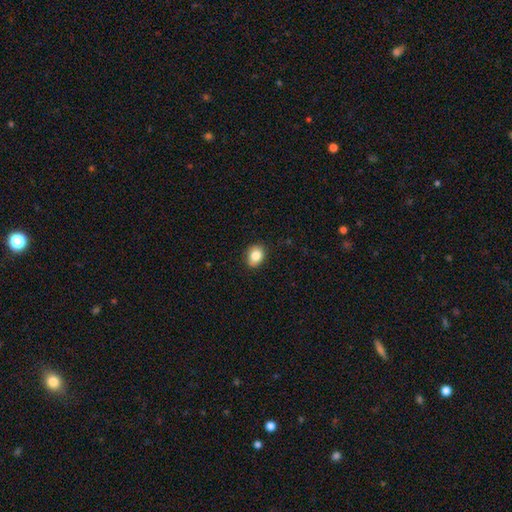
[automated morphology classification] Overall: smooth (86%). How rounded: in between (54%; round 45%). Merging: none (83%).